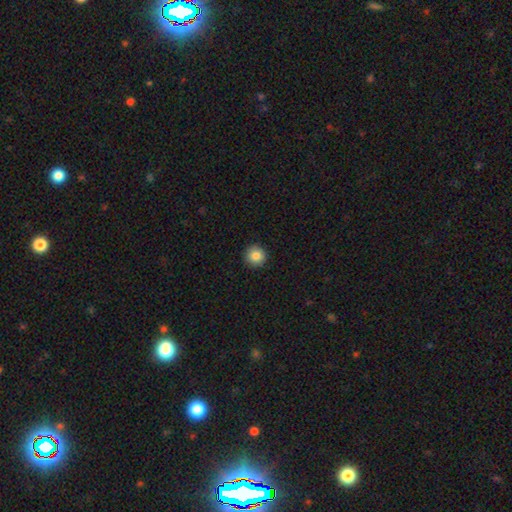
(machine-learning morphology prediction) Smooth or featured: smooth — 85% (star or artifact — 9%)
How rounded: round — 95% (in between — 4%)
Merging: none — 92% (minor disturbance — 5%)